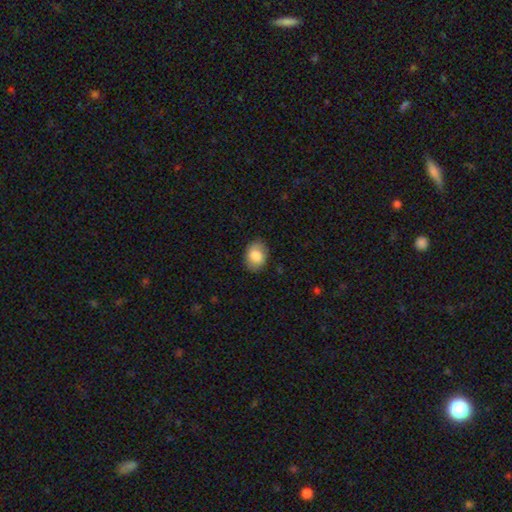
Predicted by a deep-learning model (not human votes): The model was most divided on "how rounded": in between: 73%, round: 26%, cigar-shaped: 1%. More confident: merging — none (84%); smooth or featured — smooth (81%).